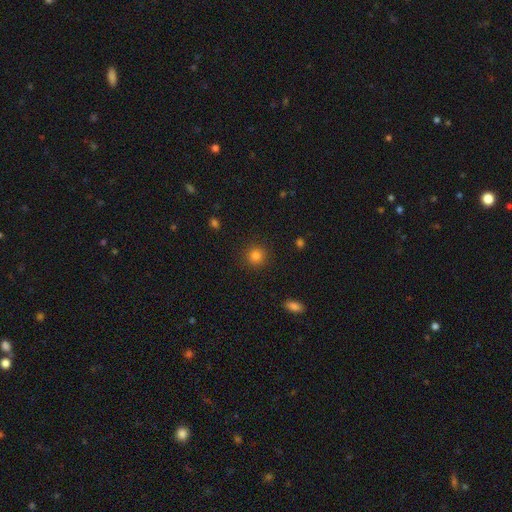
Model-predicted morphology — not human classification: A smooth galaxy with no disk features (84%) that is round (92%). Merging: none (90%).